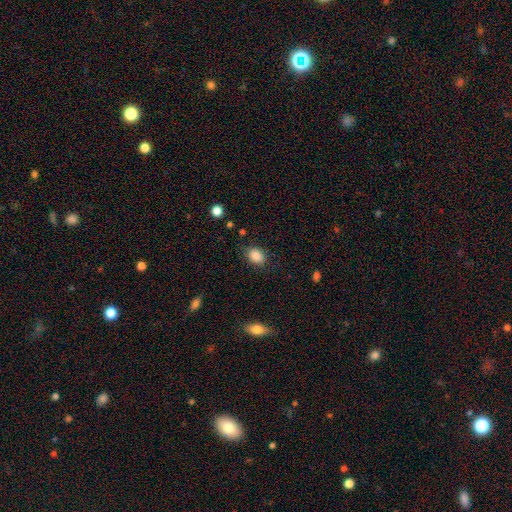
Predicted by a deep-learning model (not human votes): Smooth or featured: smooth — 86% (star or artifact — 9%)
How rounded: in between — 70% (round — 29%)
Merging: none — 81% (minor disturbance — 14%)